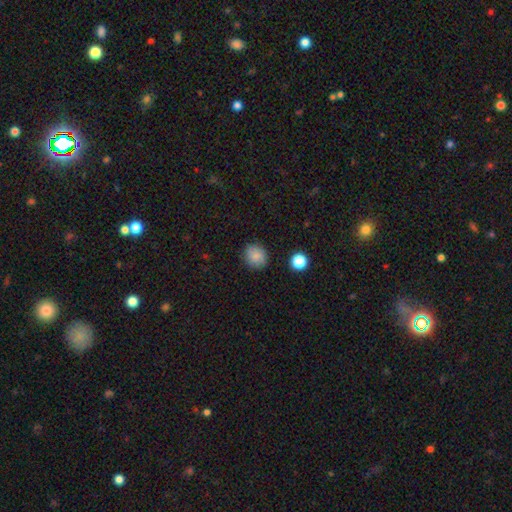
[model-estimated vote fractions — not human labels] Smooth or featured: smooth — 85% (star or artifact — 10%)
How rounded: round — 82% (in between — 17%)
Merging: none — 87% (minor disturbance — 9%)